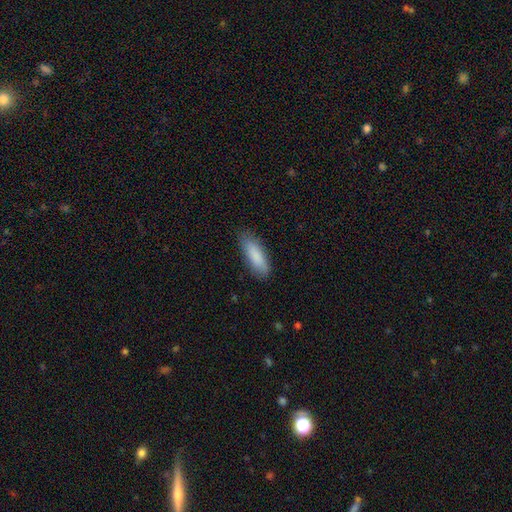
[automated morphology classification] The model was most divided on "how rounded": in between: 54%, cigar-shaped: 44%, round: 2%. More confident: smooth or featured — smooth (87%); merging — none (82%).